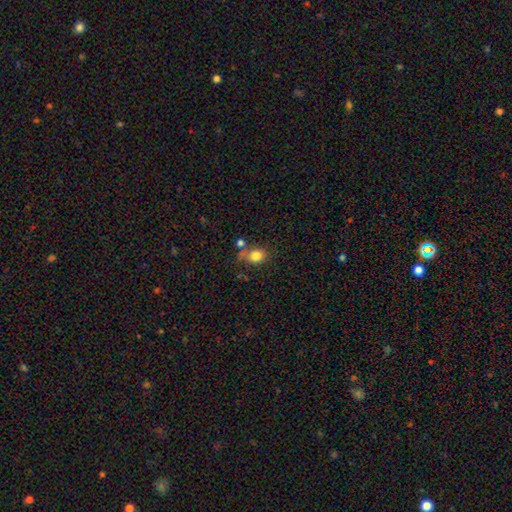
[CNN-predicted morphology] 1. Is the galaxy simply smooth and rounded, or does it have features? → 81% smooth, 10% star or artifact, 8% featured or disk.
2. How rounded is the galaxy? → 60% round, 39% in between, 1% cigar-shaped.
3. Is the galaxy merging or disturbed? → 55% none, 19% minor disturbance, 17% merger, 8% major disturbance.